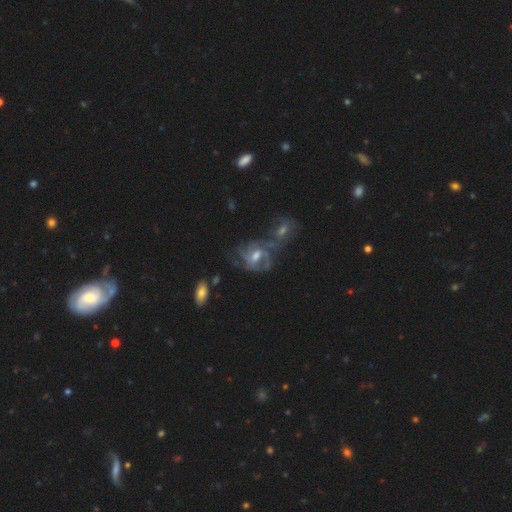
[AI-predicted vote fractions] This is likely a featured or disk galaxy (80%). It is clearly not viewed edge-on (97%). Bar: possibly weak (50%). Spiral arm pattern: clearly yes (88%). Spiral arm count: marginally 2 (33%). Spiral winding: possibly medium (46%). Central bulge: likely moderate (63%). Merging: marginally merger (37%).